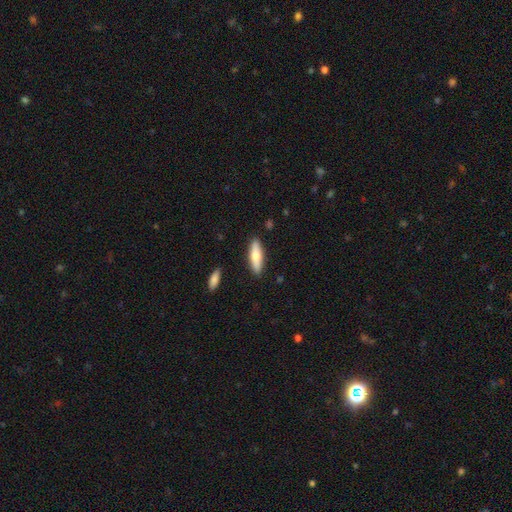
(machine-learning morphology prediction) A smooth galaxy with no disk features (64%) that is cigar-shaped (55%). Merging: none (88%).